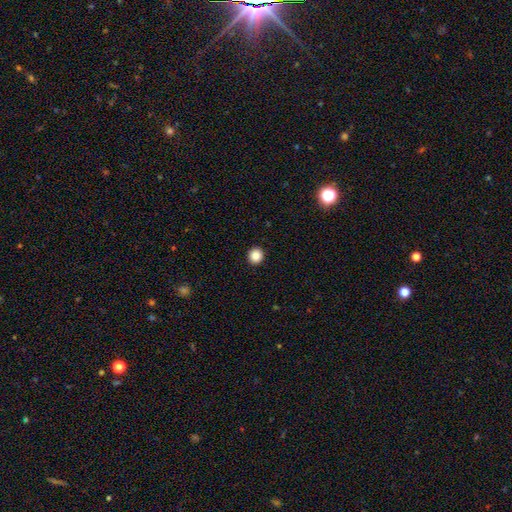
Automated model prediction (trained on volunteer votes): This is clearly a smooth galaxy (86%). How rounded: clearly round (92%). Merging: clearly none (94%).